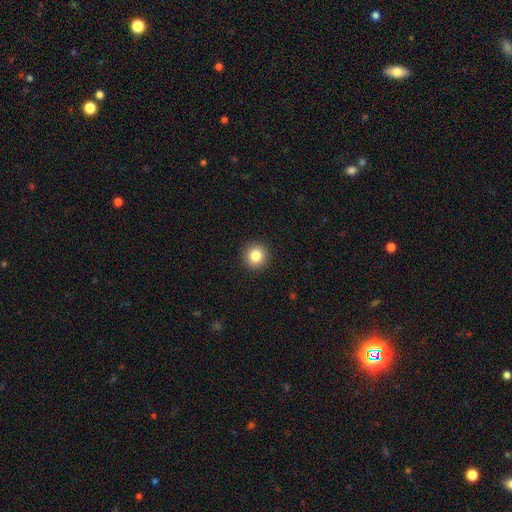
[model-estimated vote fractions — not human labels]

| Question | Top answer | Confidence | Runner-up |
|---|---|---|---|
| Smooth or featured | smooth | 83% | star or artifact (10%) |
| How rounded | round | 93% | in between (6%) |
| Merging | none | 93% | minor disturbance (5%) |